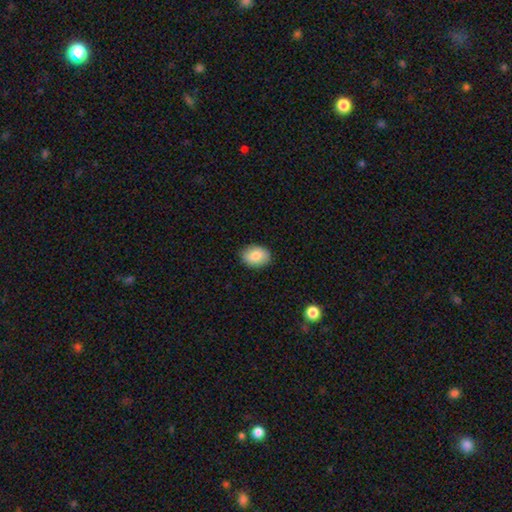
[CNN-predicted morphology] The model was most divided on "how rounded": in between: 71%, round: 28%, cigar-shaped: 1%. More confident: merging — none (88%); smooth or featured — smooth (86%).